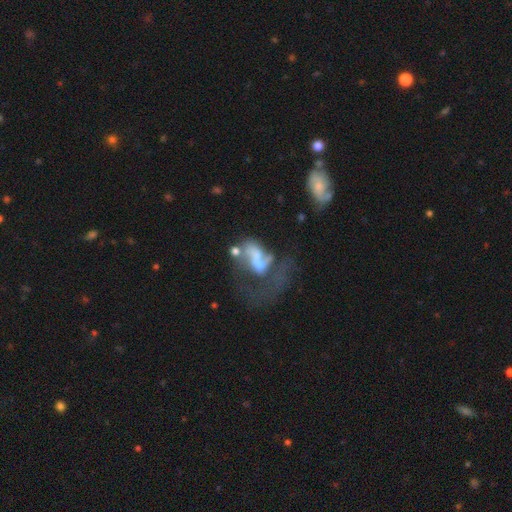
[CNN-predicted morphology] This appears to be a featured or disk galaxy (54%) with no bar (71%), no spiral arms (66%) and no central bulge (52%). Merging: major disturbance (50%).